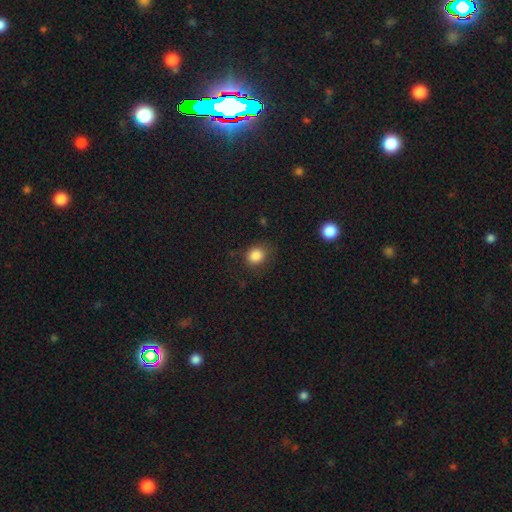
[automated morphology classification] smooth_or_featured: smooth (p=0.85) [alt: star or artifact p=0.10]
how_rounded: round (p=0.69) [alt: in between p=0.30]
merging: none (p=0.78) [alt: minor disturbance p=0.15]